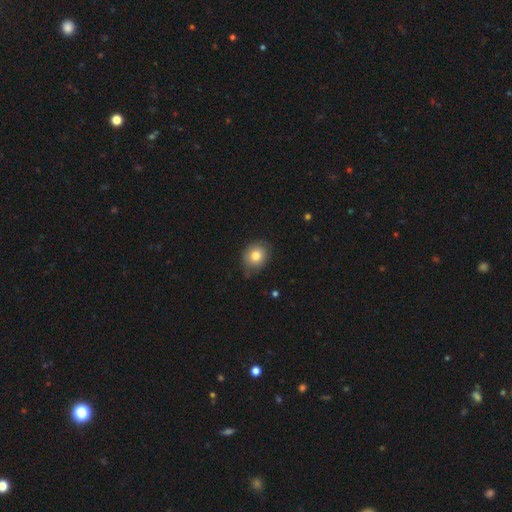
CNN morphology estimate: smooth 81%, featured or disk 10%, star or artifact 9%. Down the decision tree: how rounded — round (62%); merging — none (76%).